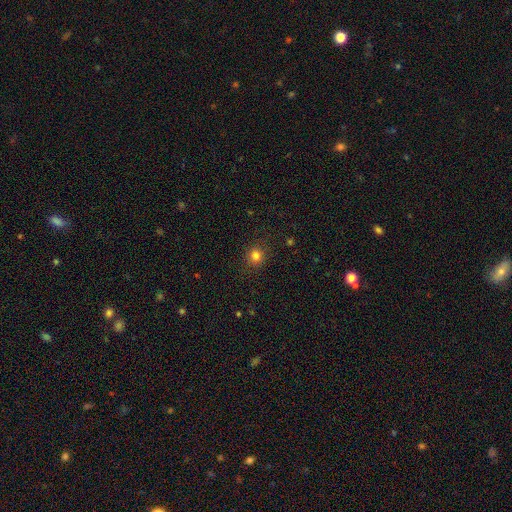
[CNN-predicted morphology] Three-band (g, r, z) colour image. It shows a smooth galaxy with no disk features (80%) that is round (87%). Merging: none (88%).